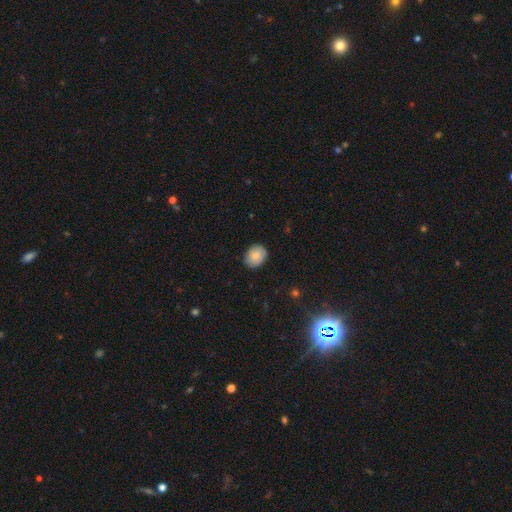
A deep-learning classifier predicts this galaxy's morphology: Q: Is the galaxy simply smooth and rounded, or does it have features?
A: smooth — 81%.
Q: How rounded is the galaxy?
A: in between — 50%.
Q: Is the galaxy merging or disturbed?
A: none — 83%.